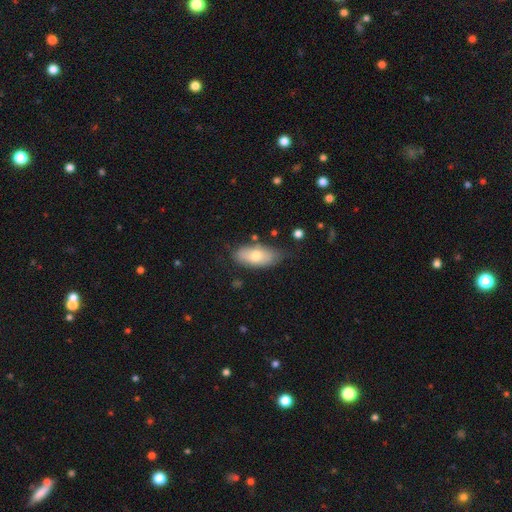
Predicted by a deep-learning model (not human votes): The model was most divided on "merging": none: 68%, minor disturbance: 24%, major disturbance: 5%, merger: 4%. More confident: how rounded — in between (88%); smooth or featured — smooth (72%).